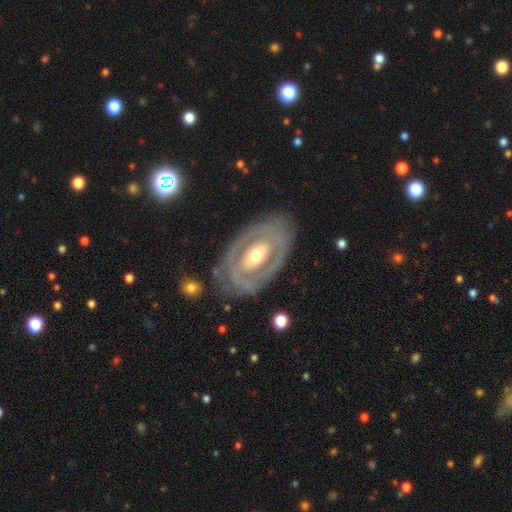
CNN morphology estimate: smooth-or-featured: featured or disk: 77% | smooth: 19% | star or artifact: 4%
  disk-edge-on: no: 93% | yes: 7%
    bar: no: 49% | weak: 28% | strong: 23%
    has-spiral-arms: no: 53% | yes: 47%
    bulge-size: moderate: 64% | small: 23% | large: 11% | dominant: 1% | none: 1%
  merging: none: 78% | minor disturbance: 14% | major disturbance: 6% | merger: 2%